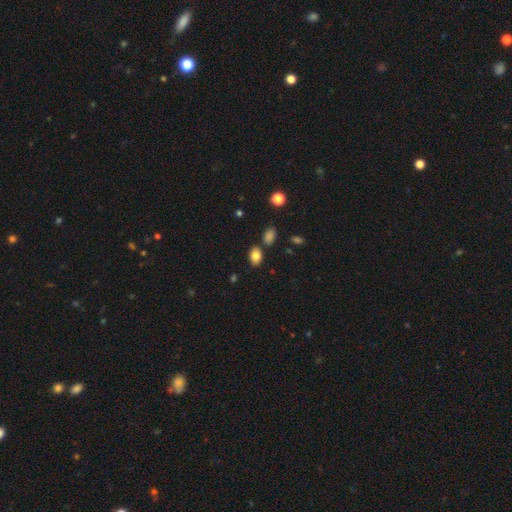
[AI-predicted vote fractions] A smooth galaxy with no disk features (83%) that is in between round and cigar-shaped (80%).

Vote fractions:
- Smooth or featured? smooth: 83% / star or artifact: 10% / featured or disk: 7%
- How rounded? in between: 80% / round: 19% / cigar-shaped: 1%
- Merging? none: 77% / minor disturbance: 11% / merger: 9% / major disturbance: 3%